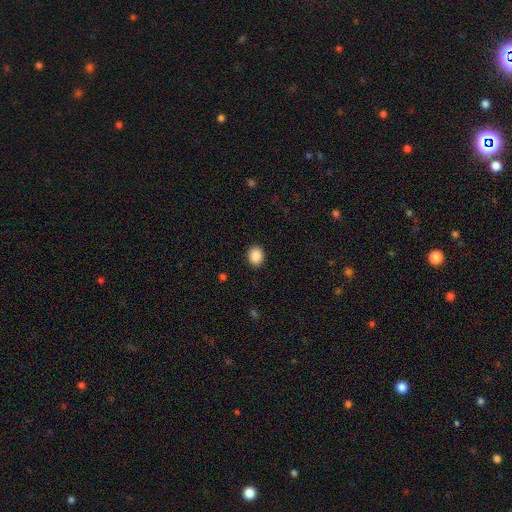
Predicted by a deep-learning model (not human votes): Q: Smooth or featured?
A: smooth (89%); runner-up: star or artifact (8%)
Q: How rounded?
A: round (62%); runner-up: in between (37%)
Q: Merging?
A: none (91%); runner-up: minor disturbance (6%)